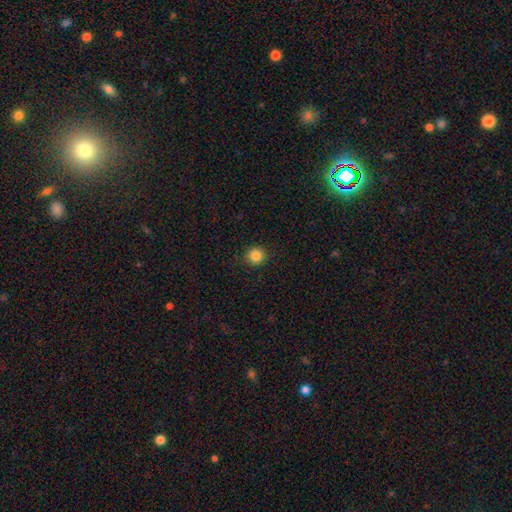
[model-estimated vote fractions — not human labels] Smooth or featured? Predicted: smooth (p=0.85). How rounded? Predicted: round (p=0.93). Merging? Predicted: none (p=0.91).